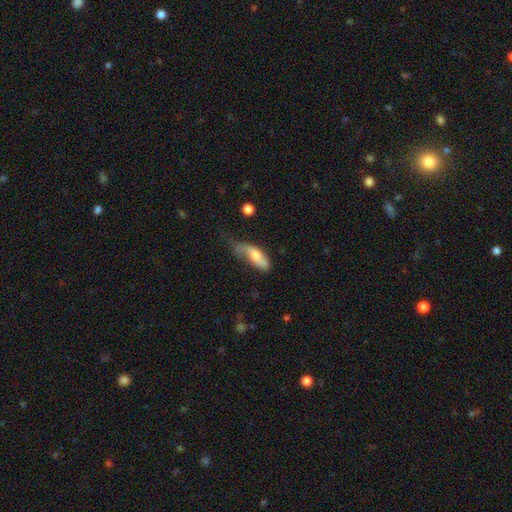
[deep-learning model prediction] The model was most divided on "merging": minor disturbance: 38%, none: 32%, major disturbance: 26%, merger: 4%. More confident: how rounded — in between (63%); smooth or featured — smooth (63%).